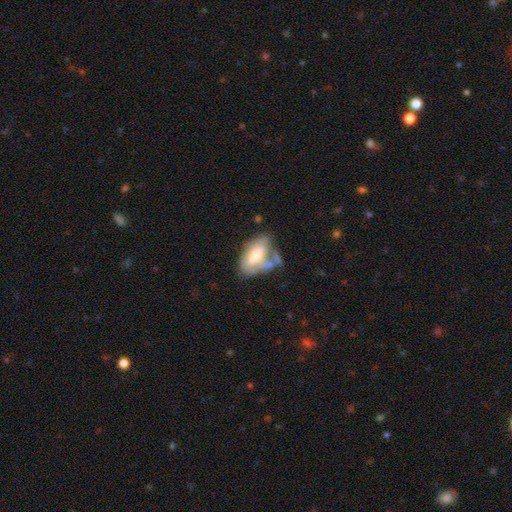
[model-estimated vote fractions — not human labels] Q: Smooth or featured?
A: smooth (57%); runner-up: featured or disk (36%)
Q: How rounded?
A: in between (90%); runner-up: round (5%)
Q: Merging?
A: none (31%); runner-up: minor disturbance (26%)